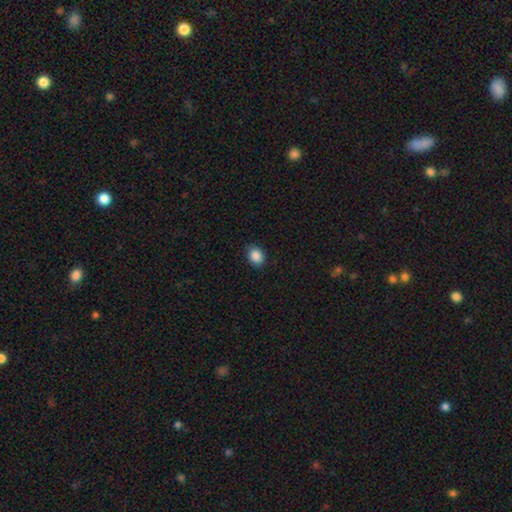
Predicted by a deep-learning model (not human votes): A smooth galaxy with no disk features (89%) that is in between round and cigar-shaped (59%).

Vote fractions:
- Smooth or featured? smooth: 89% / star or artifact: 8% / featured or disk: 3%
- How rounded? in between: 59% / round: 40% / cigar-shaped: 1%
- Merging? none: 88% / minor disturbance: 9% / major disturbance: 2% / merger: 1%